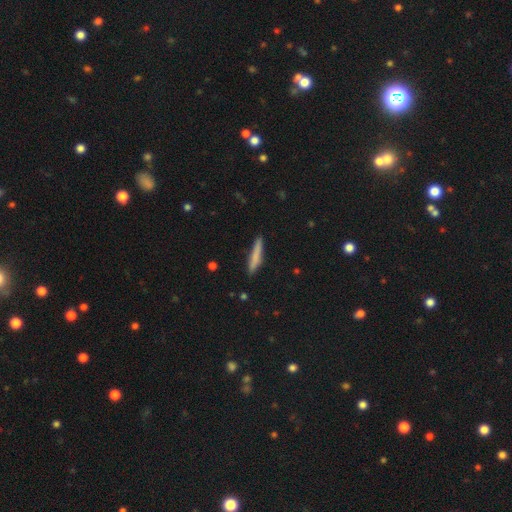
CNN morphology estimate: Q: Smooth or featured?
A: smooth (76%); runner-up: featured or disk (18%)
Q: How rounded?
A: cigar-shaped (92%); runner-up: in between (6%)
Q: Merging?
A: none (86%); runner-up: minor disturbance (11%)